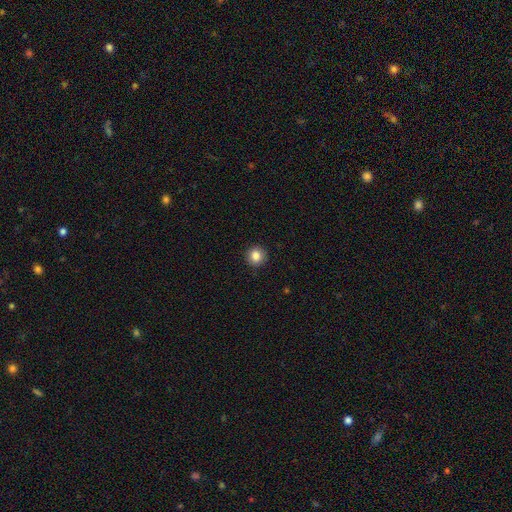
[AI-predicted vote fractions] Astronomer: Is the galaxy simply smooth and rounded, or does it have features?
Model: smooth — 84%.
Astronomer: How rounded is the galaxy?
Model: round — 93%.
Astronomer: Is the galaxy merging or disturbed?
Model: none — 91%.